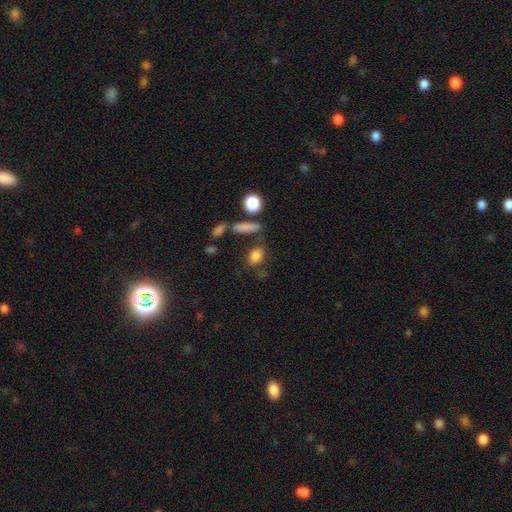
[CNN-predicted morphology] This appears to be a smooth galaxy with no disk features (81%) that is in between round and cigar-shaped (70%). Merging: none (67%).